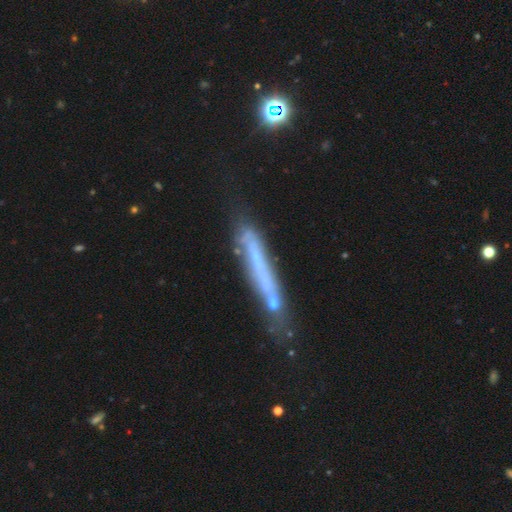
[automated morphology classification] Smooth or featured? featured or disk (56%)
Edge-on disk? yes (67%)
Merging? none (58%)